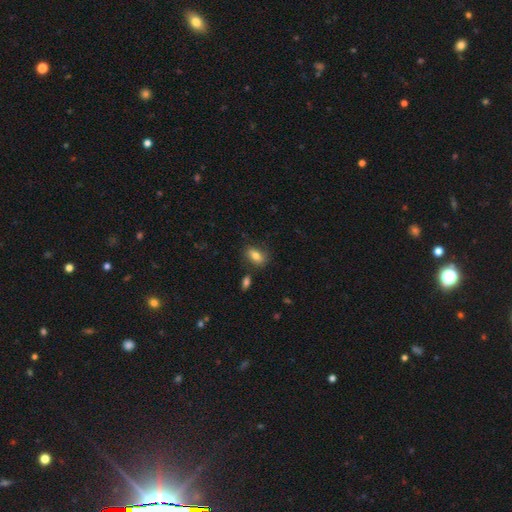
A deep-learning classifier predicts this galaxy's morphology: This is likely a smooth galaxy (77%). How rounded: clearly in between (85%). Merging: likely none (75%).